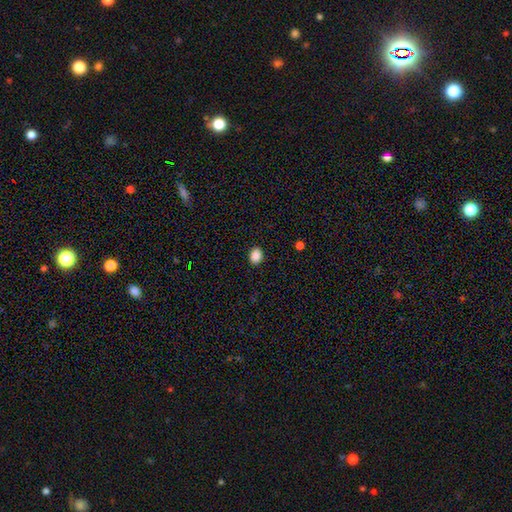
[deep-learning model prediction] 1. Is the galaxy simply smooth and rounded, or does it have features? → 88% smooth, 9% star or artifact, 3% featured or disk.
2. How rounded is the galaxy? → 54% in between, 45% round, 1% cigar-shaped.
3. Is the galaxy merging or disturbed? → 90% none, 7% minor disturbance, 2% major disturbance, 1% merger.